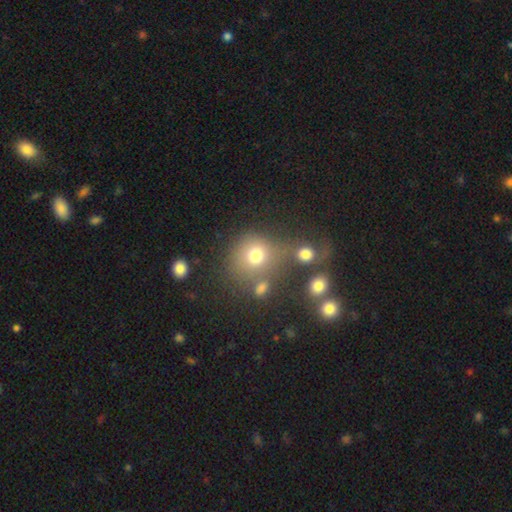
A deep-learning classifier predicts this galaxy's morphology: Smooth or featured?
  - smooth: 72% *
  - star or artifact: 17%
  - featured or disk: 11%
How rounded?
  - round: 80% *
  - in between: 19%
  - cigar-shaped: 1%
Merging?
  - none: 56% *
  - merger: 23%
  - minor disturbance: 13%
  - major disturbance: 9%